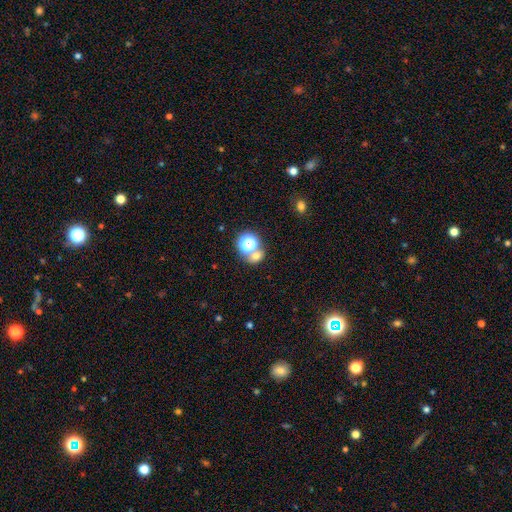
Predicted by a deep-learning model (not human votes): Smooth or featured?
  - smooth: 61% *
  - star or artifact: 29%
  - featured or disk: 10%
How rounded?
  - round: 66% *
  - in between: 32%
  - cigar-shaped: 2%
Merging?
  - none: 55% *
  - merger: 32%
  - minor disturbance: 8%
  - major disturbance: 5%